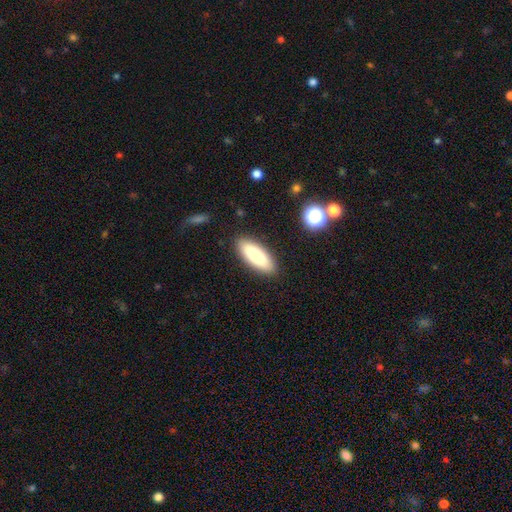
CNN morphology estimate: smooth 81%, featured or disk 13%, star or artifact 7%. Down the decision tree: how rounded — in between (70%); merging — none (89%).